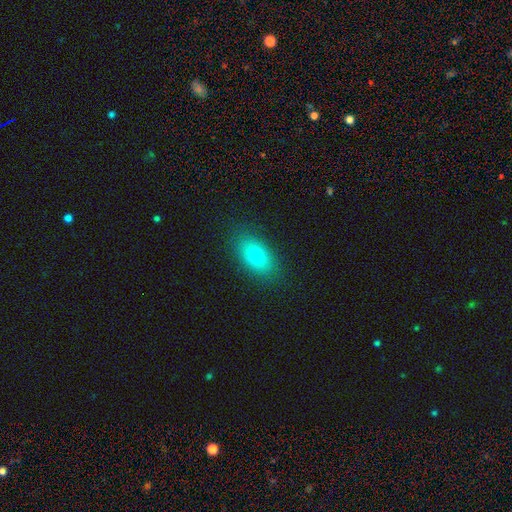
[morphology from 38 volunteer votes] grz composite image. It shows a smooth galaxy with no disk features (71%) that is in between round and cigar-shaped (96%). Merging: none (92%).